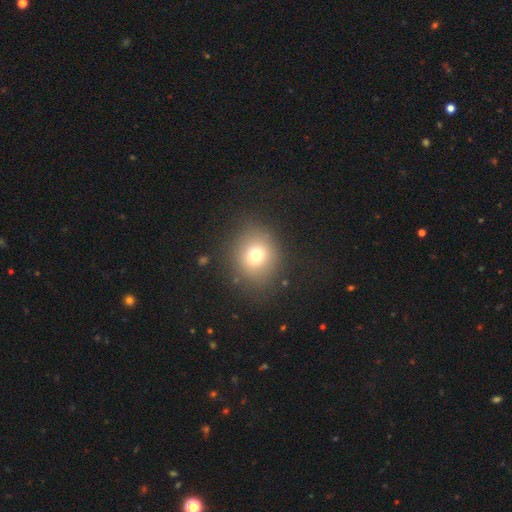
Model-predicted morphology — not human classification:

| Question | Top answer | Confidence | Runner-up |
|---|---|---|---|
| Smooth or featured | smooth | 72% | star or artifact (16%) |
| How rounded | round | 77% | in between (22%) |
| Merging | none | 84% | minor disturbance (10%) |